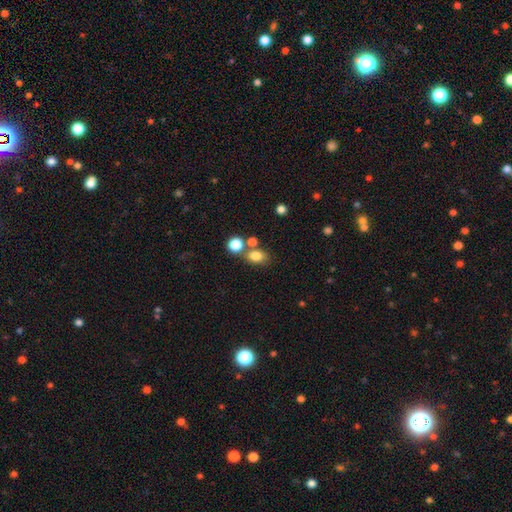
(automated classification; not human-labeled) smooth 80%, star or artifact 12%, featured or disk 8%. Down the decision tree: how rounded — in between (64%); merging — none (59%).